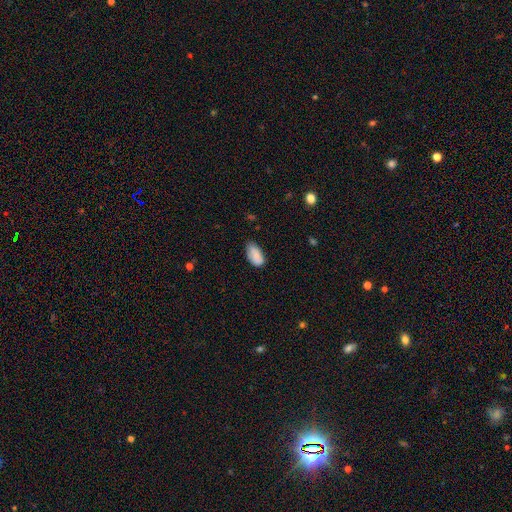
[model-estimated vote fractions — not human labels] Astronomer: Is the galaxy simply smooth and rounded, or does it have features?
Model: smooth — 83%.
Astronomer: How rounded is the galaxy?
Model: in between — 94%.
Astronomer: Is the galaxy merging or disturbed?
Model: none — 61%.